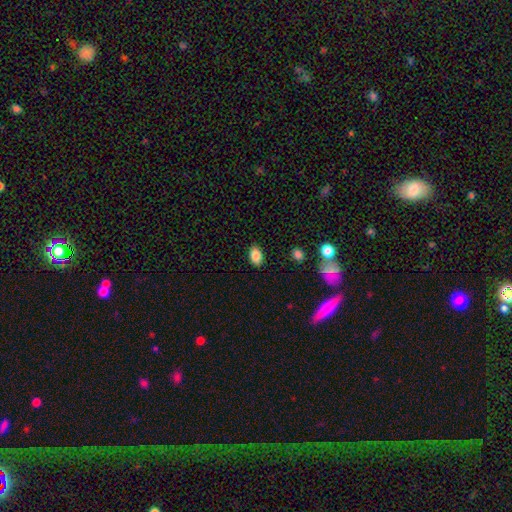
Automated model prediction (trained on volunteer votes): Smooth or featured: smooth — 85% (star or artifact — 9%)
How rounded: in between — 88% (round — 11%)
Merging: none — 86% (minor disturbance — 10%)